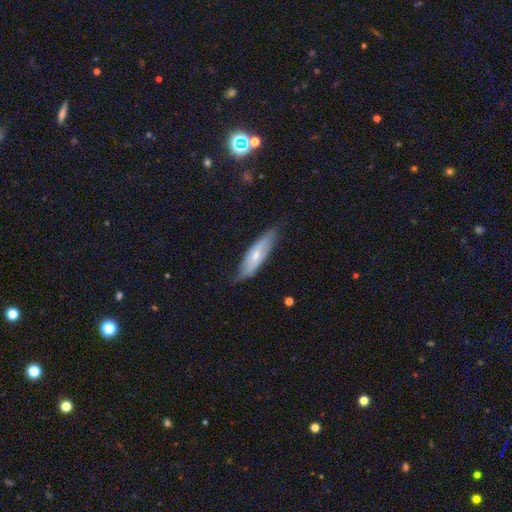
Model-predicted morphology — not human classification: Overall: featured or disk (51%; smooth 43%). Edge-on disk: yes (54%; no 46%). Merging: none (74%).